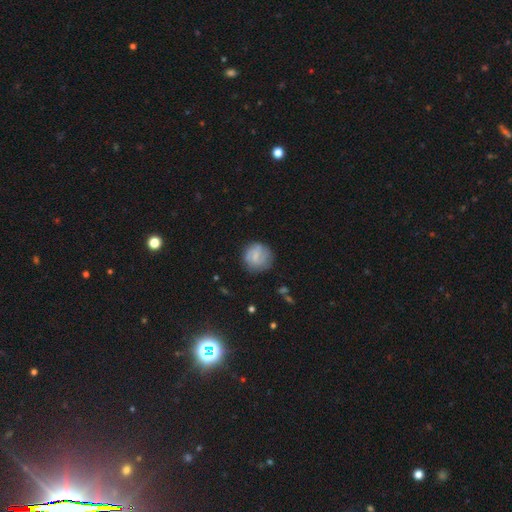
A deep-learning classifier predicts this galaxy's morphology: A smooth galaxy with no disk features (49%). Merging: none (74%).